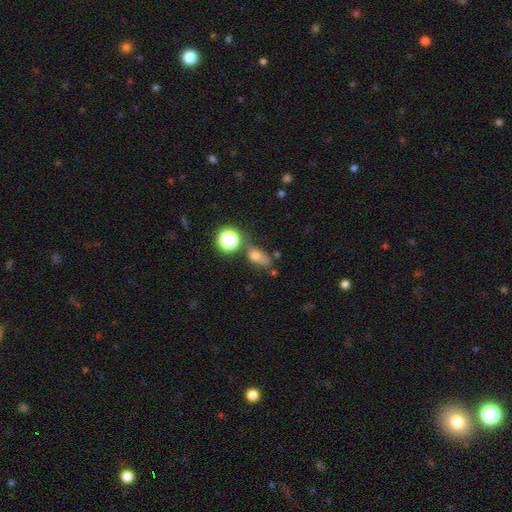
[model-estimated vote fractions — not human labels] Smooth or featured?
  - smooth: 63% *
  - star or artifact: 21%
  - featured or disk: 17%
How rounded?
  - in between: 62% *
  - round: 26%
  - cigar-shaped: 12%
Merging?
  - none: 53% *
  - minor disturbance: 20%
  - merger: 17%
  - major disturbance: 10%